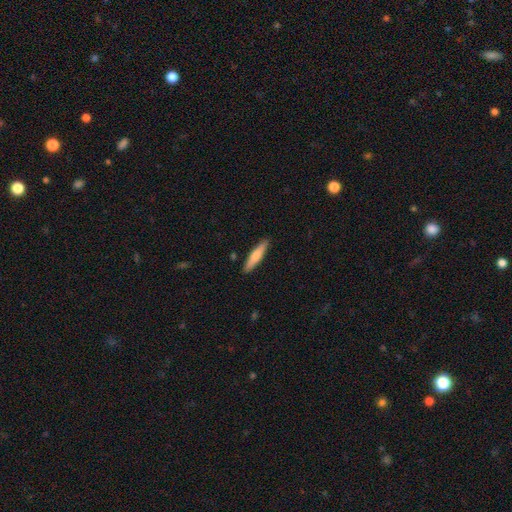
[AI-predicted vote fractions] Smooth or featured? smooth (67%)
How rounded? cigar-shaped (85%)
Merging? none (89%)